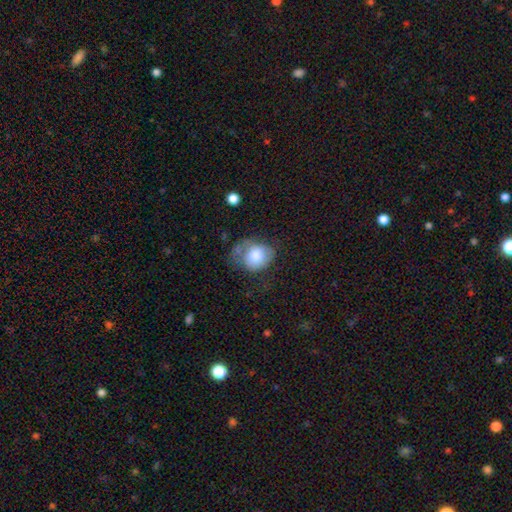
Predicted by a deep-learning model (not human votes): The model was most divided on "merging": none: 34%, minor disturbance: 33%, major disturbance: 29%, merger: 4%. More confident: smooth or featured — smooth (72%); how rounded — round (55%).